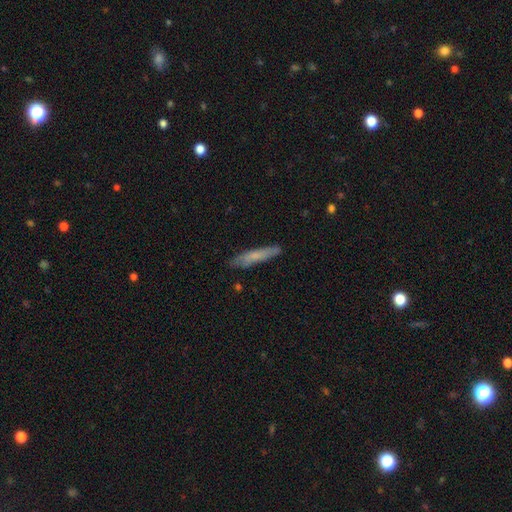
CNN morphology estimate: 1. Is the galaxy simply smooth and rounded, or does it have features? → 62% smooth, 32% featured or disk, 7% star or artifact.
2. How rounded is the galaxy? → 91% cigar-shaped, 7% in between, 1% round.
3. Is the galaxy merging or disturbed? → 82% none, 14% minor disturbance, 2% major disturbance, 2% merger.